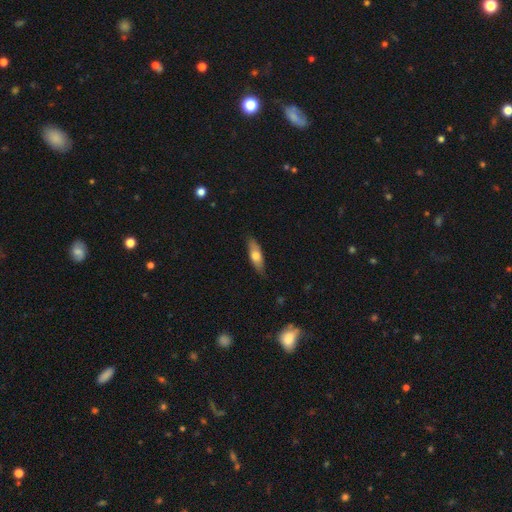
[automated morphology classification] Smooth or featured? smooth (61%)
How rounded? in between (50%)
Merging? none (82%)